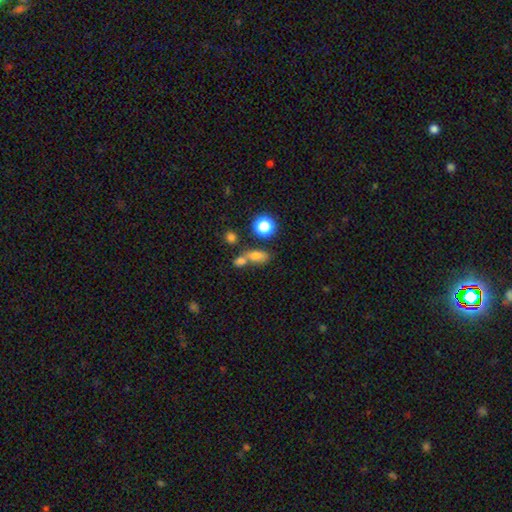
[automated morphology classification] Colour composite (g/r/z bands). It shows a smooth galaxy with no disk features (73%) that is in between round and cigar-shaped (68%). Merging: none (44%).